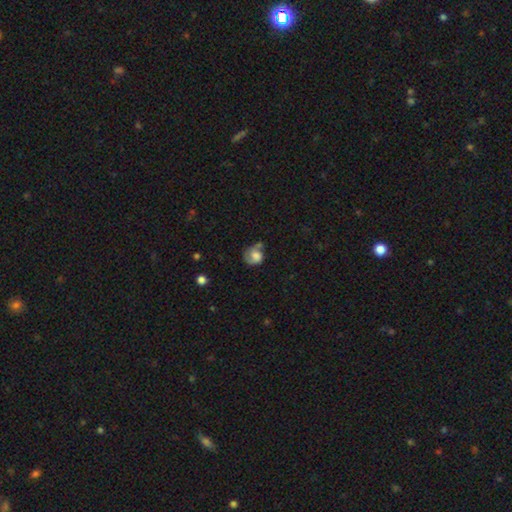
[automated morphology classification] Smooth or featured? smooth (50%)
How rounded? round (67%)
Merging? none (40%)